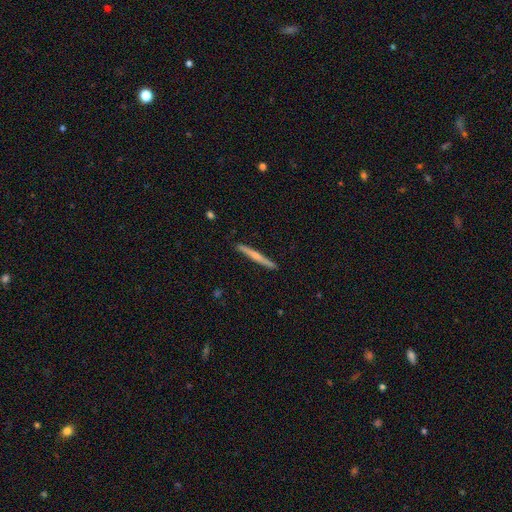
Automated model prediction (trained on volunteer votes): smooth_or_featured: featured or disk (p=0.59) [alt: smooth p=0.35]
disk_edge_on: yes (p=0.98) [alt: no p=0.02]
edge_on_bulge: rounded (p=0.63) [alt: none p=0.30]
merging: none (p=0.91) [alt: minor disturbance p=0.06]